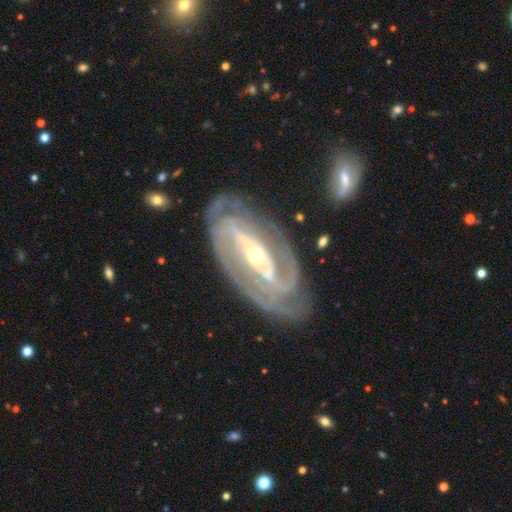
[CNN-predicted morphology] This is clearly a featured or disk galaxy (90%). It is clearly not viewed edge-on (95%). Bar: marginally no (36%). Spiral arm pattern: clearly yes (95%). Spiral arm count: marginally 2 (43%). Spiral winding: likely tight (62%). Central bulge: possibly moderate (56%). Merging: likely none (74%).